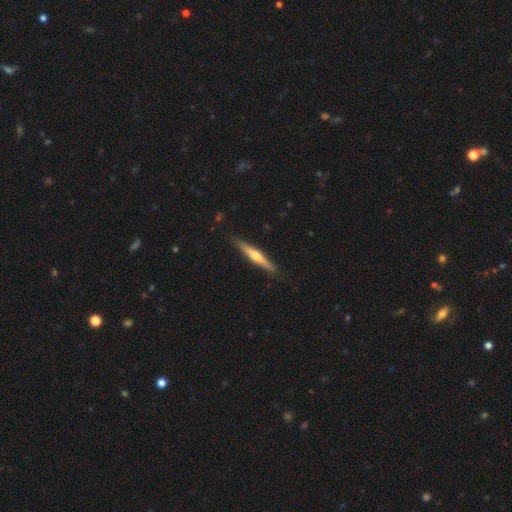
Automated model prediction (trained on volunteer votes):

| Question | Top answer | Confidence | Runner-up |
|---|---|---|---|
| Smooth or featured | featured or disk | 56% | smooth (38%) |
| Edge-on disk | yes | 96% | no (4%) |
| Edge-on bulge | rounded | 79% | none (15%) |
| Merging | none | 88% | minor disturbance (9%) |